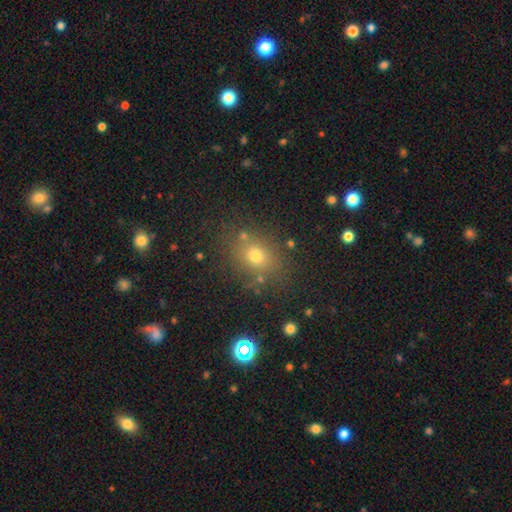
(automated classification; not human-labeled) smooth_or_featured: smooth (p=0.69) [alt: star or artifact p=0.20]
how_rounded: round (p=0.55) [alt: in between p=0.44]
merging: none (p=0.79) [alt: minor disturbance p=0.11]